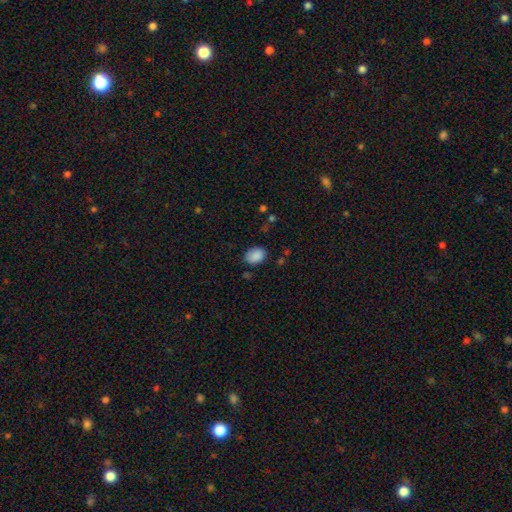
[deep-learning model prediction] This appears to be a smooth galaxy with no disk features (88%) that is in between round and cigar-shaped (72%). Merging: none (80%).